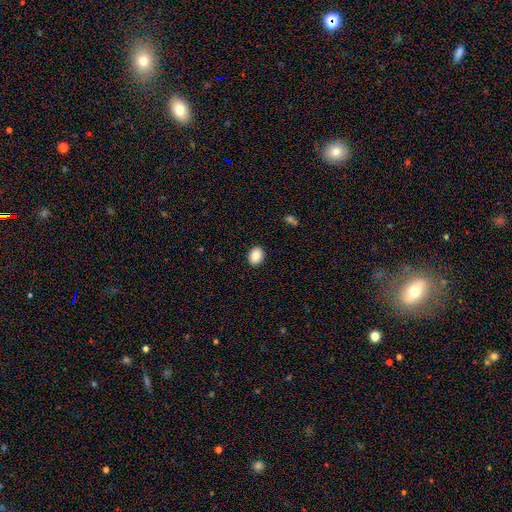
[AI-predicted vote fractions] Smooth or featured? Predicted: smooth (p=0.89). How rounded? Predicted: in between (p=0.66). Merging? Predicted: none (p=0.90).